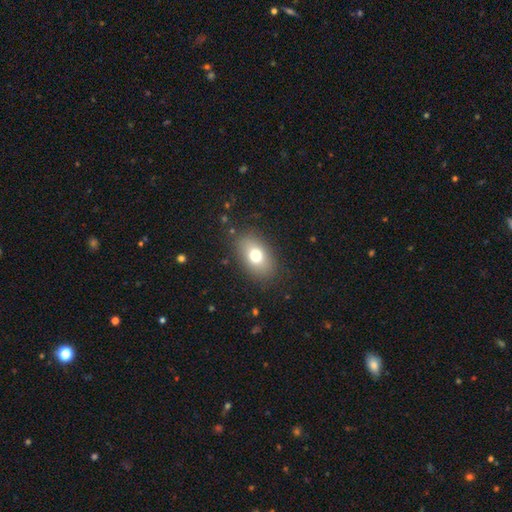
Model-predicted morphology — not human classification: A smooth galaxy with no disk features (73%) that is in between round and cigar-shaped (83%).

Vote fractions:
- Smooth or featured? smooth: 73% / featured or disk: 17% / star or artifact: 10%
- How rounded? in between: 83% / round: 16% / cigar-shaped: 2%
- Merging? none: 85% / minor disturbance: 10% / major disturbance: 4% / merger: 1%